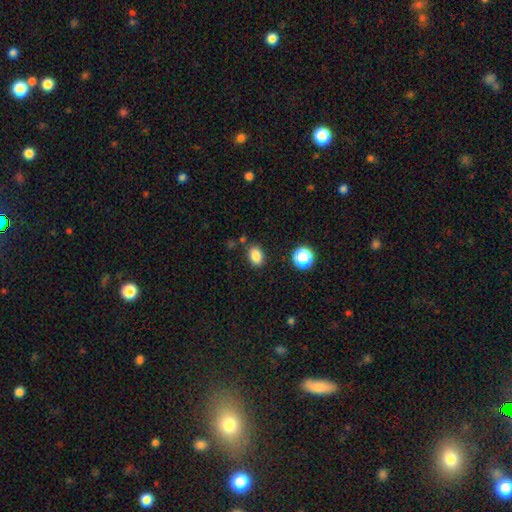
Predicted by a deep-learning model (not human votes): Smooth or featured? smooth (85%)
How rounded? in between (75%)
Merging? none (83%)